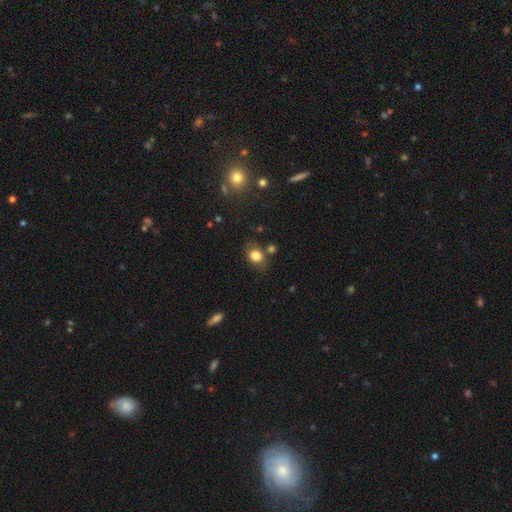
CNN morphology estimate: Smooth or featured? Predicted: smooth (p=0.79). How rounded? Predicted: in between (p=0.53). Merging? Predicted: none (p=0.67).